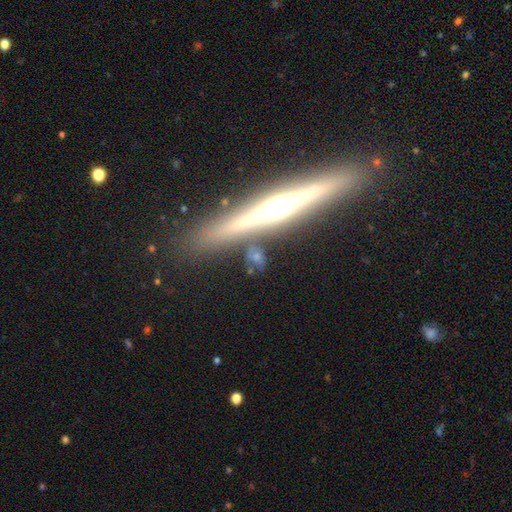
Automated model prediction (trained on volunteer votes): smooth-or-featured: featured or disk: 47% | smooth: 39% | star or artifact: 14%
  merging: none: 71% | minor disturbance: 13% | merger: 10% | major disturbance: 6%